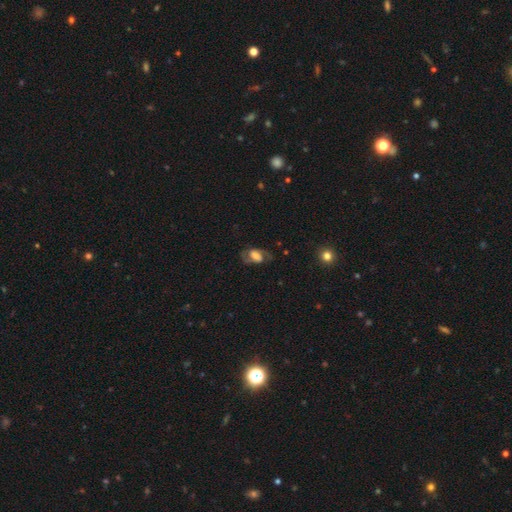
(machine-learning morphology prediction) The model was most divided on "bulge size": large: 37%, moderate: 32%, small: 17%, none: 8%, dominant: 6%. Remaining: edge-on disk — no (93%); spiral arms — yes (76%); merging — none (65%); smooth or featured — featured or disk (55%); bar — weak (39%).